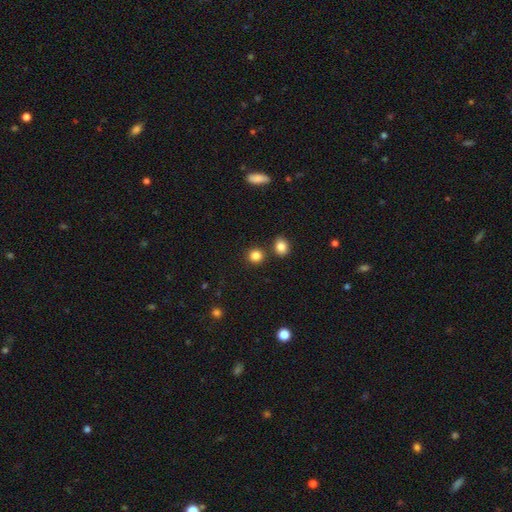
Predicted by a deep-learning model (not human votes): Smooth or featured: smooth — 84% (star or artifact — 11%)
How rounded: round — 88% (in between — 11%)
Merging: none — 81% (merger — 10%)